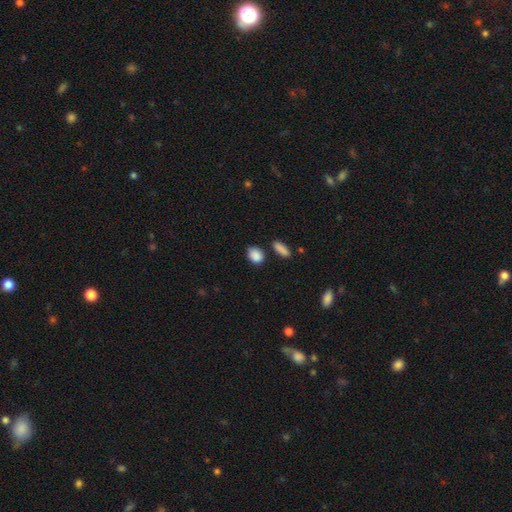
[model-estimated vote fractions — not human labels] This appears to be a smooth galaxy with no disk features (88%) that is in between round and cigar-shaped (62%). Merging: none (76%).